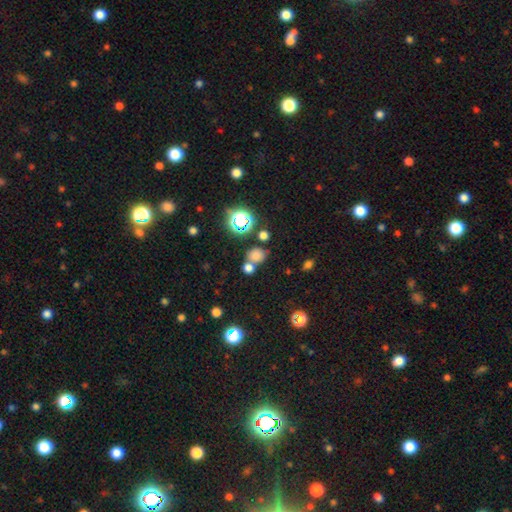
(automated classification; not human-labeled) This is likely a smooth galaxy (68%). How rounded: likely round (69%). Merging: possibly none (55%).